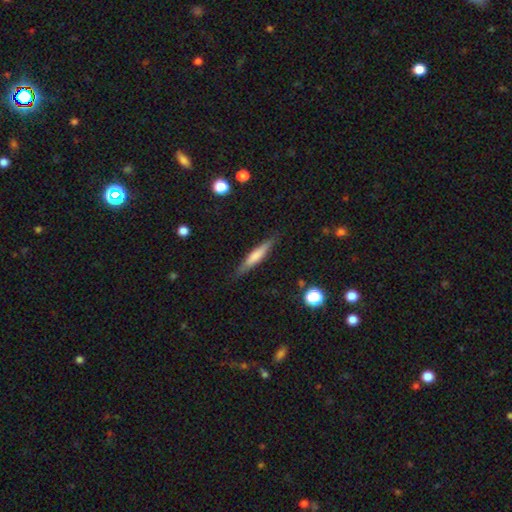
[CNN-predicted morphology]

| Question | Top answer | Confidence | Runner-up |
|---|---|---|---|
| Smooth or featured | smooth | 61% | featured or disk (32%) |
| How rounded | cigar-shaped | 89% | in between (9%) |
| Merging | none | 86% | minor disturbance (10%) |